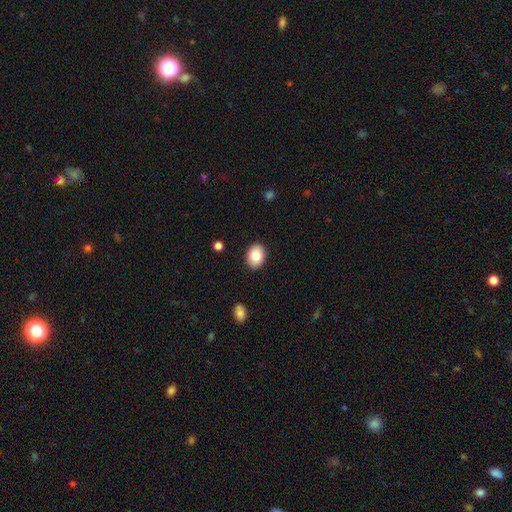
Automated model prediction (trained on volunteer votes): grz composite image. It shows a smooth galaxy with no disk features (83%) that is in between round and cigar-shaped (68%). Merging: none (90%).